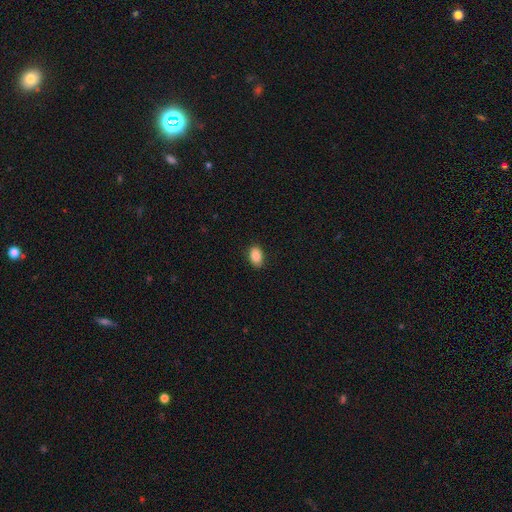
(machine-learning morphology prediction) This is clearly a smooth galaxy (88%). How rounded: clearly in between (88%). Merging: clearly none (87%).